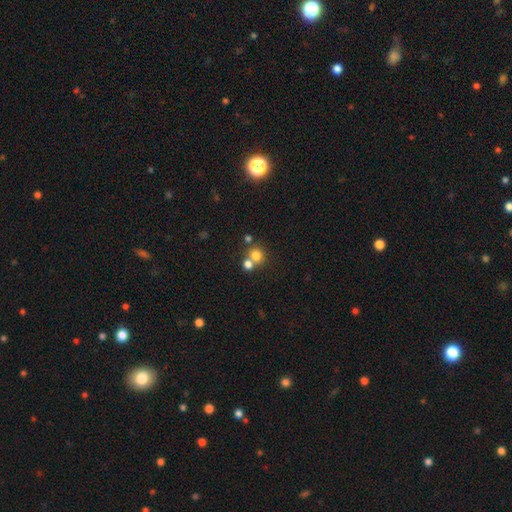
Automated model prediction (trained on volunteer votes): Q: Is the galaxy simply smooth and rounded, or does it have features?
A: smooth — 76%.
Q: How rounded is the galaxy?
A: round — 85%.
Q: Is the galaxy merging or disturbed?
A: none — 52%.